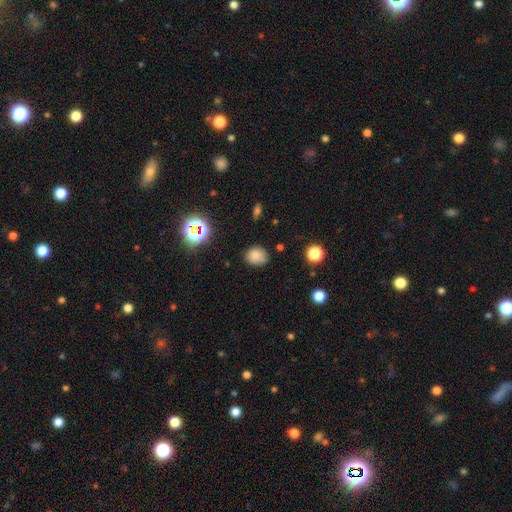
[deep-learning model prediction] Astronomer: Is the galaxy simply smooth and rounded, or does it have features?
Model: smooth — 77%.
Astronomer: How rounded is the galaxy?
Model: round — 63%.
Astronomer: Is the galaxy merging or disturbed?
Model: none — 71%.